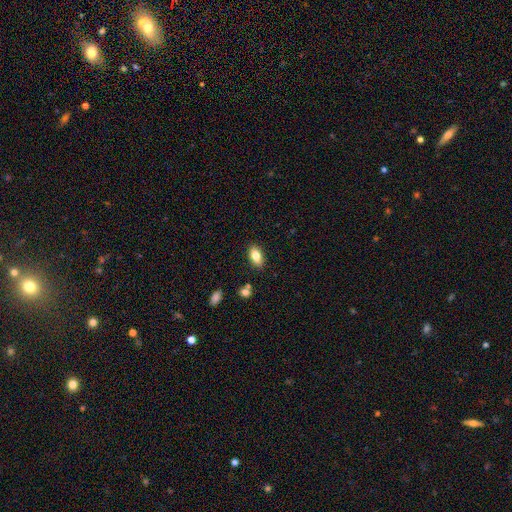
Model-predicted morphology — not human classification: smooth 80%, featured or disk 12%, star or artifact 8%. Down the decision tree: how rounded — in between (90%); merging — none (85%).